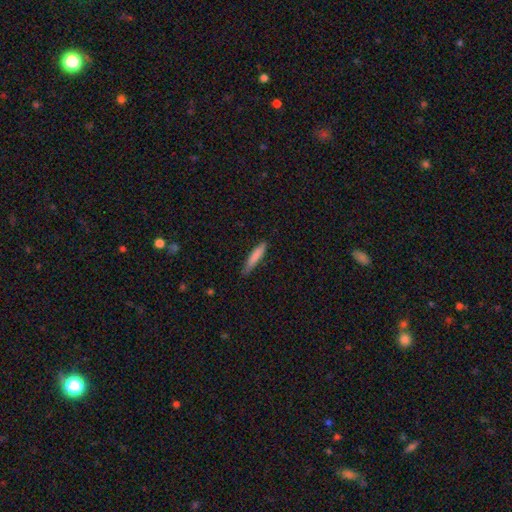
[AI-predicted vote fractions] Smooth or featured: smooth — 81% (featured or disk — 13%)
How rounded: cigar-shaped — 90% (in between — 9%)
Merging: none — 78% (minor disturbance — 18%)